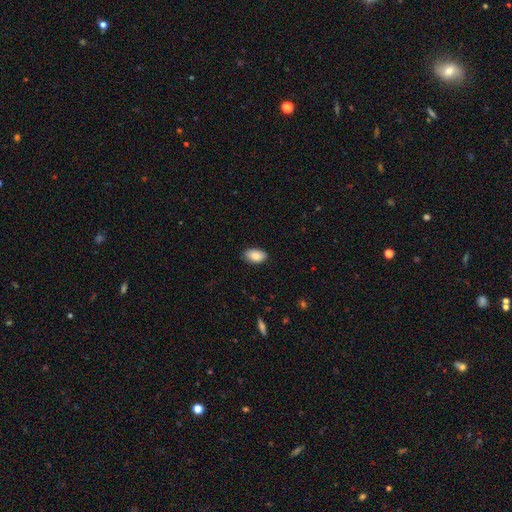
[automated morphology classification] This appears to be a smooth galaxy with no disk features (86%) that is in between round and cigar-shaped (93%). Merging: none (86%).